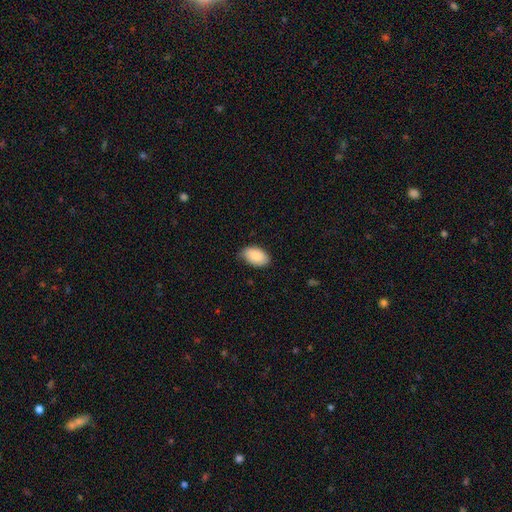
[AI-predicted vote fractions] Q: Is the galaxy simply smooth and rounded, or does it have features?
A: smooth — 88%.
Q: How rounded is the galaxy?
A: in between — 94%.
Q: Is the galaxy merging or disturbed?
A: none — 80%.